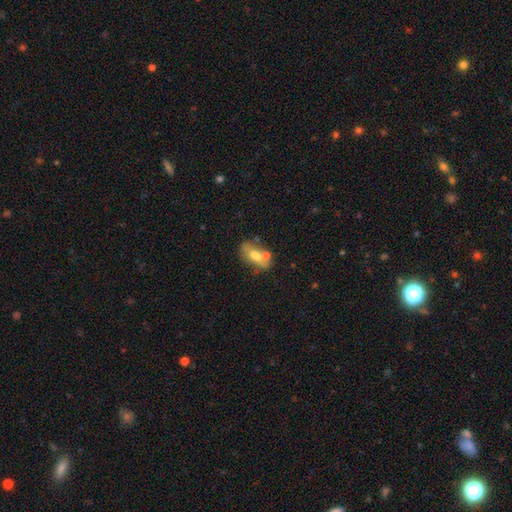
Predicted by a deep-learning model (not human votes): The model was most divided on "smooth or featured": smooth: 55%, featured or disk: 36%, star or artifact: 9%. Remaining: how rounded — in between (80%); merging — none (48%).